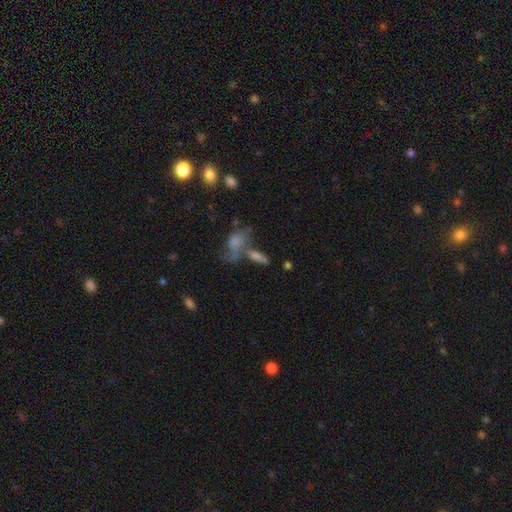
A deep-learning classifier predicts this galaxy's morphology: A smooth galaxy with no disk features (47%). Merging: none (38%).